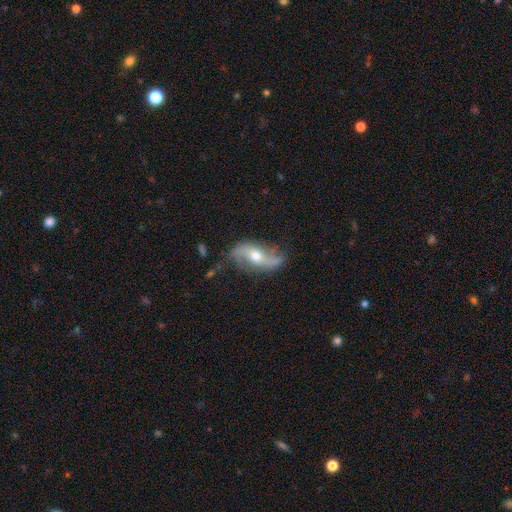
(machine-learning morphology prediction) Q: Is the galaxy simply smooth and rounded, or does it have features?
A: featured or disk — 83%.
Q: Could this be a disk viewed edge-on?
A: no — 90%.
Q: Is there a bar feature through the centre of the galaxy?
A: no — 45%.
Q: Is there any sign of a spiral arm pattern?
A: yes — 92%.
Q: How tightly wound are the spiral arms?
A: loose — 81%.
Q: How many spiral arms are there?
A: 2 — 92%.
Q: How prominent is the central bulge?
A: moderate — 68%.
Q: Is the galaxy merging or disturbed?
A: none — 71%.